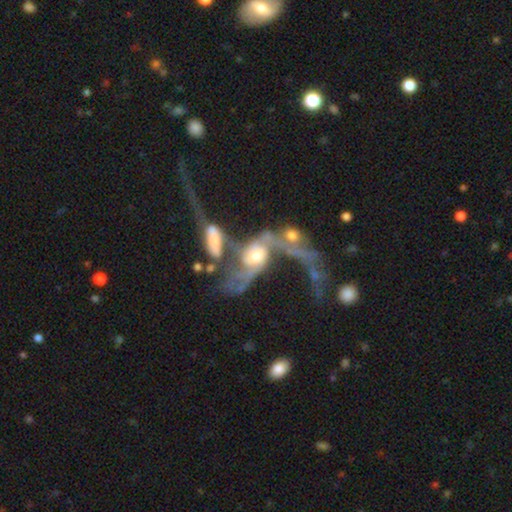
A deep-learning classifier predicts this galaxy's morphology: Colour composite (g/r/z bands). It shows a featured or disk galaxy (75%) with no bar (60%), 2 (63%) loose (64%) spiral arms (81%) and a moderate central bulge (55%). Merging: merger (66%).